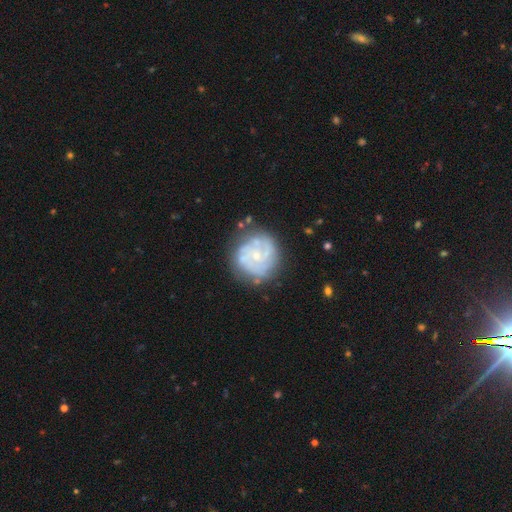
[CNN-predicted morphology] featured or disk 77%, smooth 16%, star or artifact 6%. Down the decision tree: edge-on disk — no (98%); bar — no (79%); spiral arms — yes (86%); spiral arm count — can't tell (34%); spiral winding — tight (61%); bulge size — small (70%); merging — none (72%).